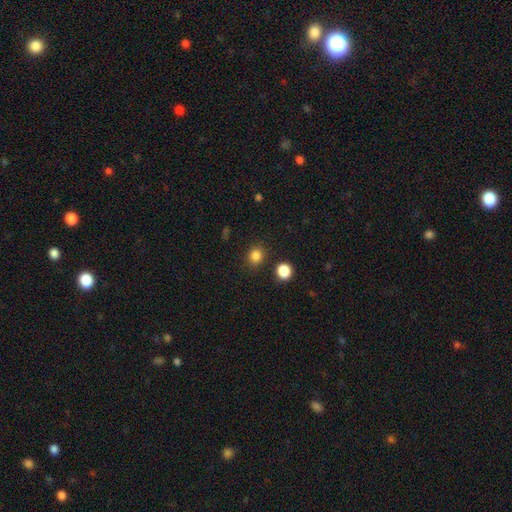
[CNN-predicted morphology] type=smooth (84%); roundness=round (80%); merging=none (87%).